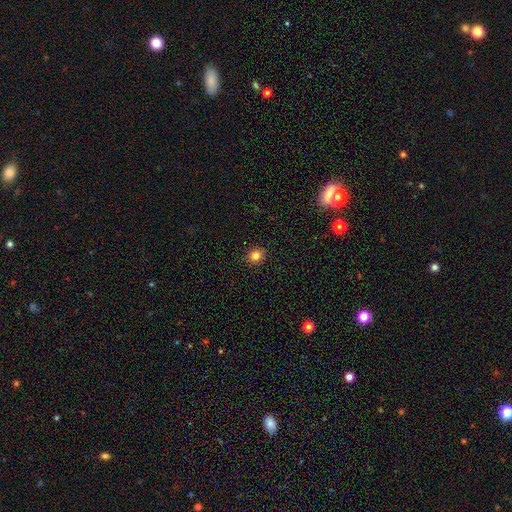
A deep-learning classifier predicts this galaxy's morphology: A smooth galaxy with no disk features (82%) that is round (79%). Merging: none (92%).